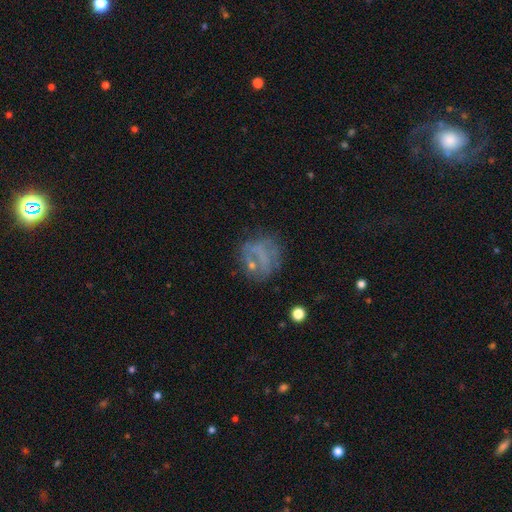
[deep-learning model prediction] Smooth or featured: featured or disk — 41% (smooth — 35%)
Merging: none — 66% (minor disturbance — 16%)